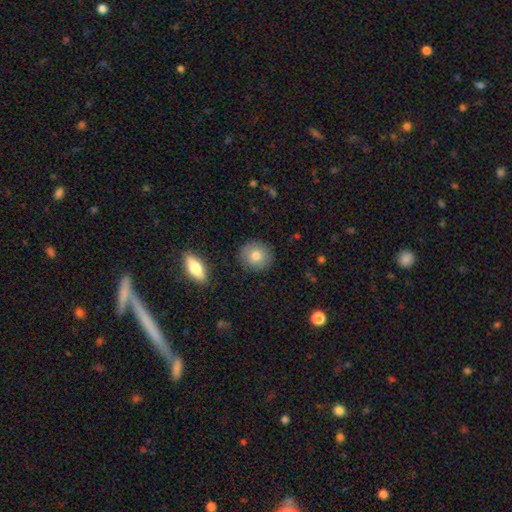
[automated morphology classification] Smooth or featured? Predicted: smooth (p=0.78). How rounded? Predicted: round (p=0.86). Merging? Predicted: none (p=0.89).